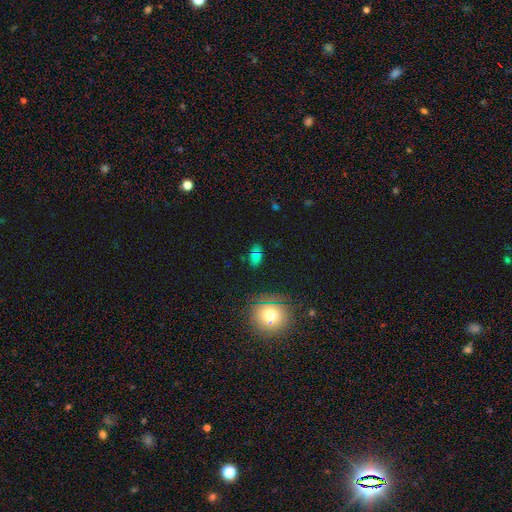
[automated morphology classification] This appears to be a smooth galaxy with no disk features (62%) that is in between round and cigar-shaped (78%). Merging: none (73%).